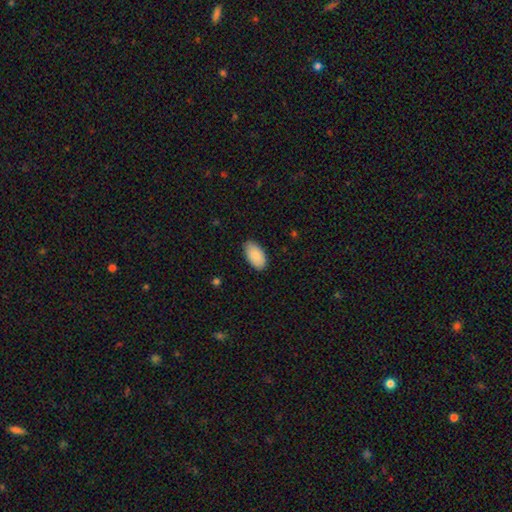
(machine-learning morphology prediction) smooth-or-featured: smooth: 88% | featured or disk: 6% | star or artifact: 6%
  how-rounded: in between: 96% | round: 3% | cigar-shaped: 2%
  merging: none: 85% | minor disturbance: 12% | major disturbance: 2% | merger: 1%